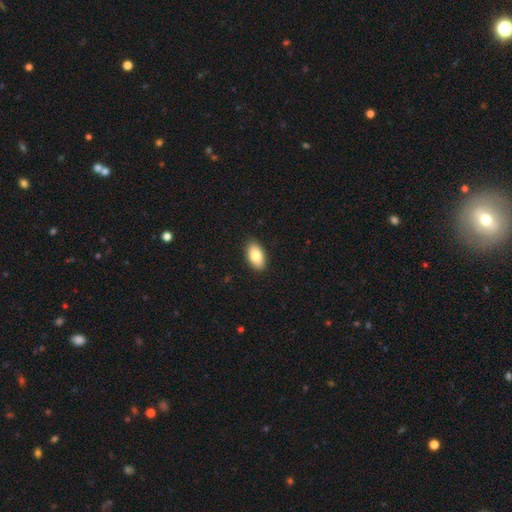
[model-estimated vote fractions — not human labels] Smooth or featured? smooth (81%)
How rounded? in between (93%)
Merging? none (89%)